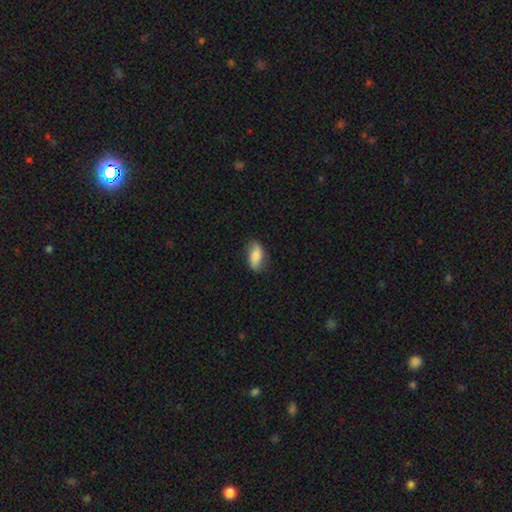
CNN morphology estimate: type=smooth (75%); roundness=in between (88%); merging=none (78%).